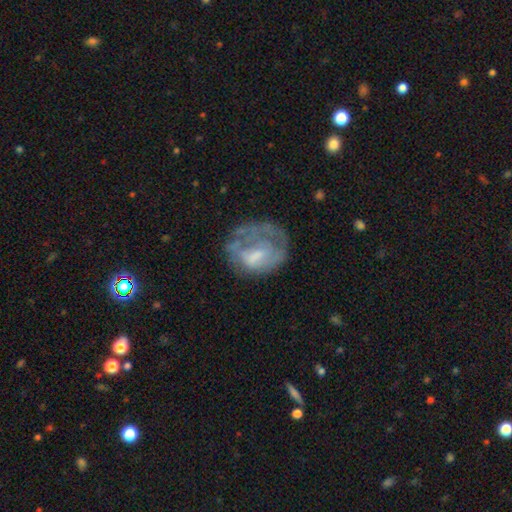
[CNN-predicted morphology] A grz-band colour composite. It shows a featured or disk galaxy (54%) with no bar (54%), no spiral arms (70%) and a moderate central bulge (34%). Merging: none (41%).